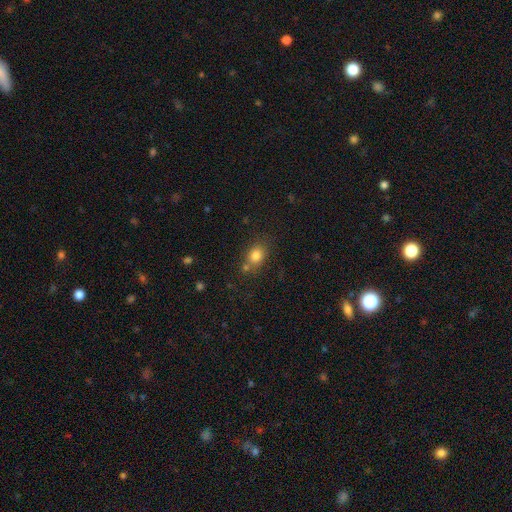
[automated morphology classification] Q: Smooth or featured?
A: smooth (81%); runner-up: star or artifact (11%)
Q: How rounded?
A: in between (56%); runner-up: round (42%)
Q: Merging?
A: none (64%); runner-up: merger (16%)